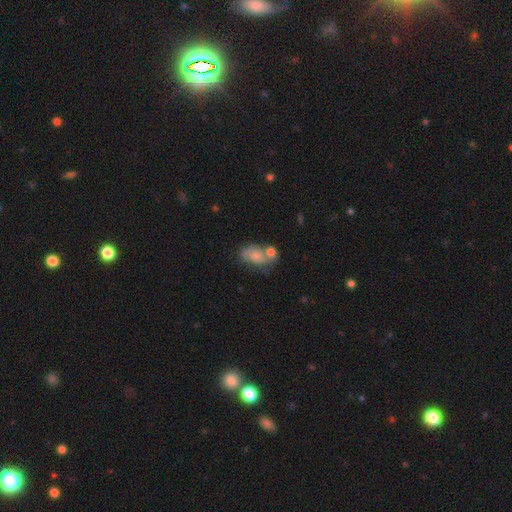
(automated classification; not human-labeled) A smooth galaxy with no disk features (64%) that is in between round and cigar-shaped (84%).

Vote fractions:
- Smooth or featured? smooth: 64% / featured or disk: 26% / star or artifact: 10%
- How rounded? in between: 84% / round: 14% / cigar-shaped: 2%
- Merging? none: 34% / merger: 33% / minor disturbance: 21% / major disturbance: 12%